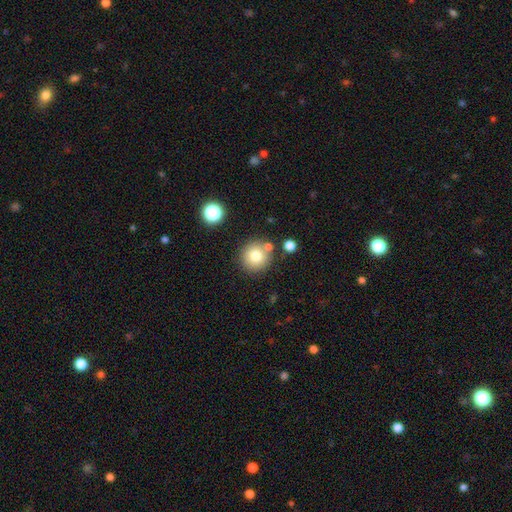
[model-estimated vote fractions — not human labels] A smooth galaxy with no disk features (77%) that is round (94%).

Vote fractions:
- Smooth or featured? smooth: 77% / star or artifact: 12% / featured or disk: 11%
- How rounded? round: 94% / in between: 5% / cigar-shaped: 1%
- Merging? none: 77% / merger: 11% / minor disturbance: 9% / major disturbance: 3%